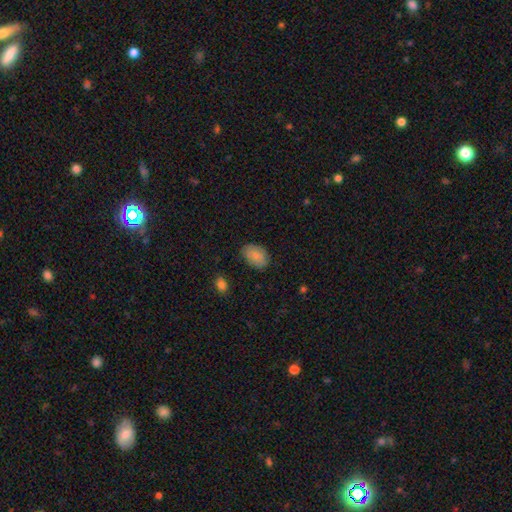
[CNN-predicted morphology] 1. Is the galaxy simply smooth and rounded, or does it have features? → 85% smooth, 8% featured or disk, 7% star or artifact.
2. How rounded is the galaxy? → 86% in between, 13% round, 1% cigar-shaped.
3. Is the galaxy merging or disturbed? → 82% none, 14% minor disturbance, 3% major disturbance, 1% merger.